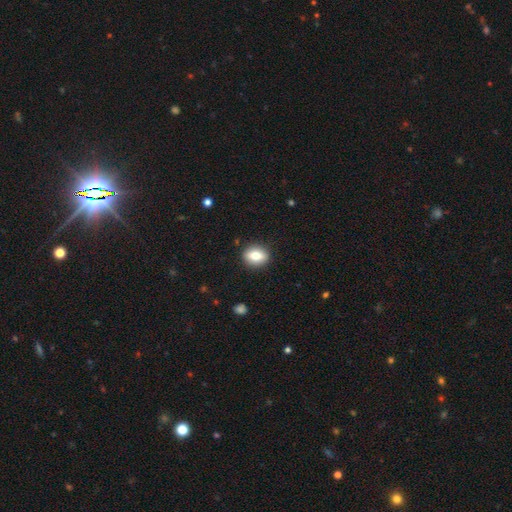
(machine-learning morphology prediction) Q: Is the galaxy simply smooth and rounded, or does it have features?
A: smooth — 70%.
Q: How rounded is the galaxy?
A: round — 53%.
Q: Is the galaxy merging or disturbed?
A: none — 88%.